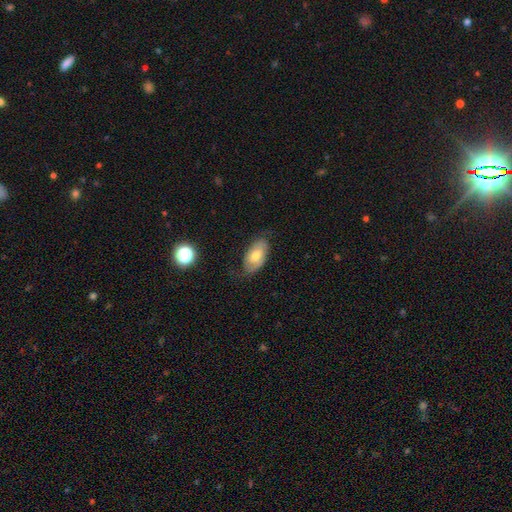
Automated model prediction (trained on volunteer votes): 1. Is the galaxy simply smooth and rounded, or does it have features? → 55% smooth, 37% featured or disk, 8% star or artifact.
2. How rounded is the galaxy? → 93% in between, 5% round, 3% cigar-shaped.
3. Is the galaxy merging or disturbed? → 71% none, 22% minor disturbance, 6% major disturbance, 1% merger.